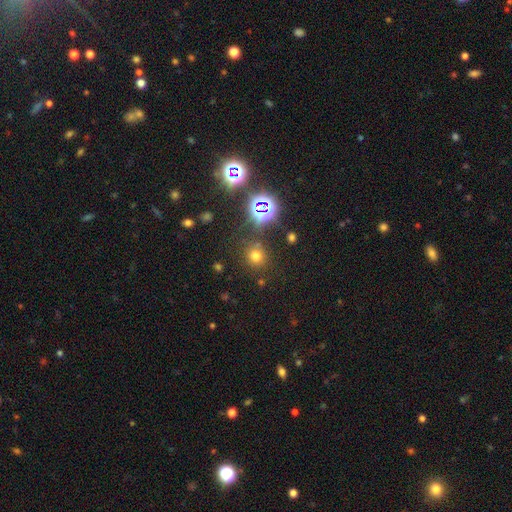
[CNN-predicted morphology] This appears to be a smooth galaxy with no disk features (64%) that is round (86%). Merging: none (79%).